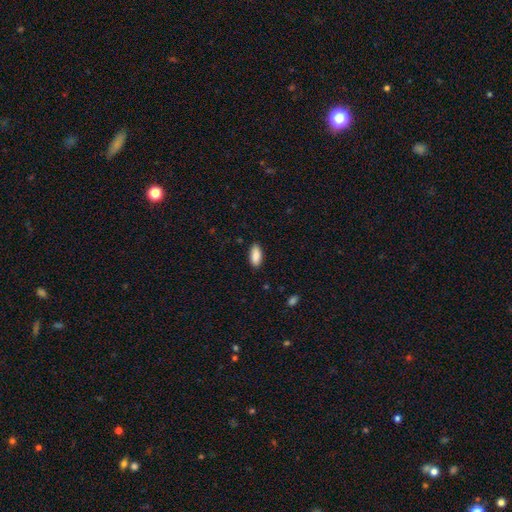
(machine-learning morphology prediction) This appears to be a smooth galaxy with no disk features (89%) that is in between round and cigar-shaped (86%). Merging: none (87%).